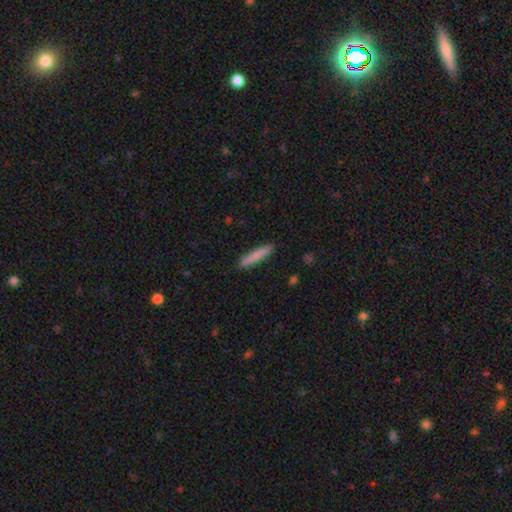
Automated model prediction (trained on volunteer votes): A smooth galaxy with no disk features (81%) that is cigar-shaped (93%).

Vote fractions:
- Smooth or featured? smooth: 81% / featured or disk: 13% / star or artifact: 6%
- How rounded? cigar-shaped: 93% / in between: 6% / round: 1%
- Merging? none: 90% / minor disturbance: 7% / major disturbance: 2% / merger: 1%